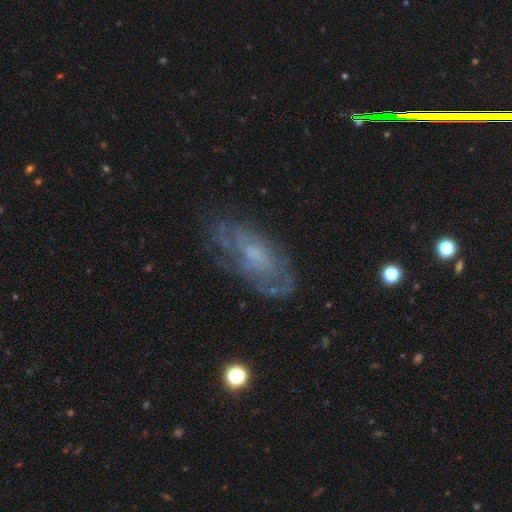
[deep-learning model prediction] This appears to be a featured or disk galaxy (66%) with no bar (72%), spiral arms (67%) and a small central bulge (47%). Merging: none (68%).